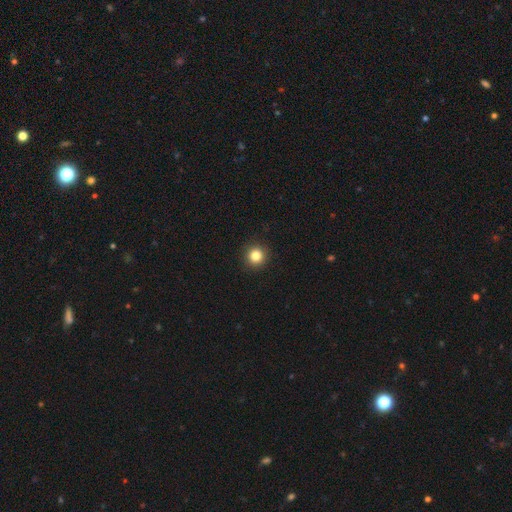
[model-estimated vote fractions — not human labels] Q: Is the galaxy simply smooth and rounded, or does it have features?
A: smooth — 84%.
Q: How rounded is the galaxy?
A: round — 95%.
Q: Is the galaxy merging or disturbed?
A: none — 93%.